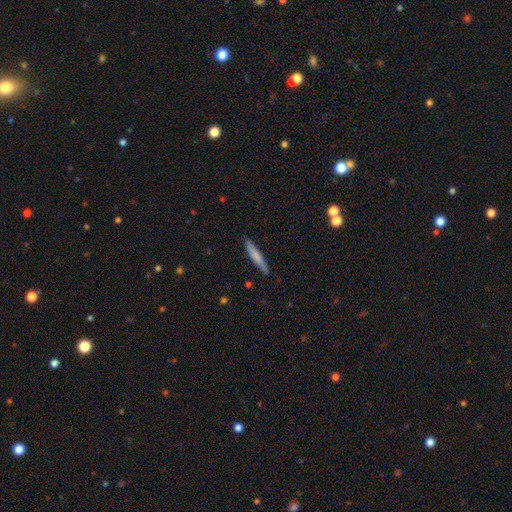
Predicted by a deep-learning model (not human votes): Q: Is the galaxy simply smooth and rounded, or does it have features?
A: smooth — 72%.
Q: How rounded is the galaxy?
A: cigar-shaped — 93%.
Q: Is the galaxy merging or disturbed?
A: none — 87%.